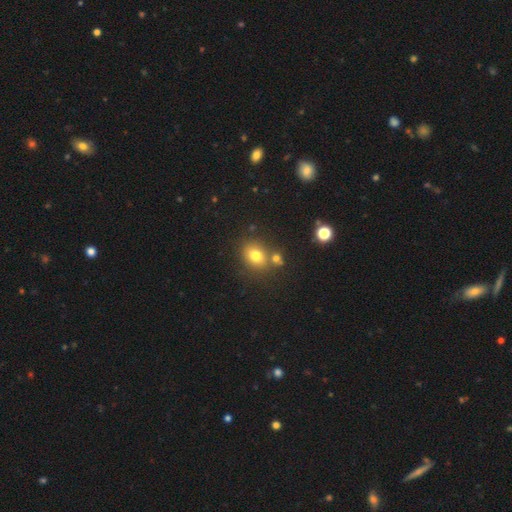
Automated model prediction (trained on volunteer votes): Morphology: type=smooth (77%); roundness=round (51%); merging=none (68%).